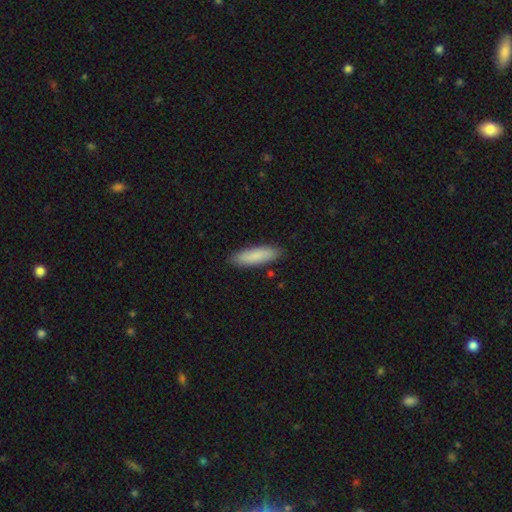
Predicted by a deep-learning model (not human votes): smooth-or-featured: smooth: 85% | featured or disk: 9% | star or artifact: 6%
  how-rounded: cigar-shaped: 62% | in between: 36% | round: 1%
  merging: none: 88% | minor disturbance: 9% | major disturbance: 2% | merger: 1%